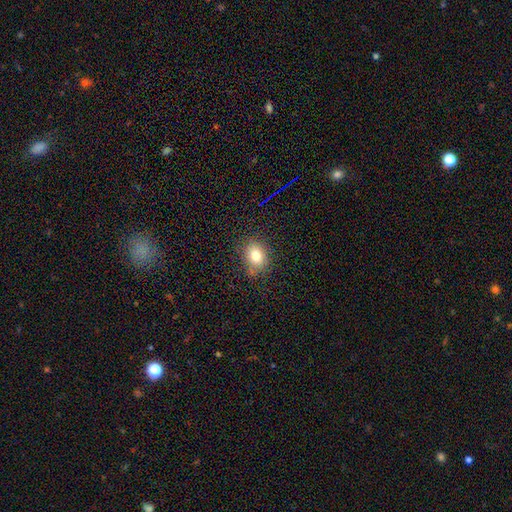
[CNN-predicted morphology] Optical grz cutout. It shows a smooth galaxy with no disk features (78%) that is round (54%). Merging: none (79%).